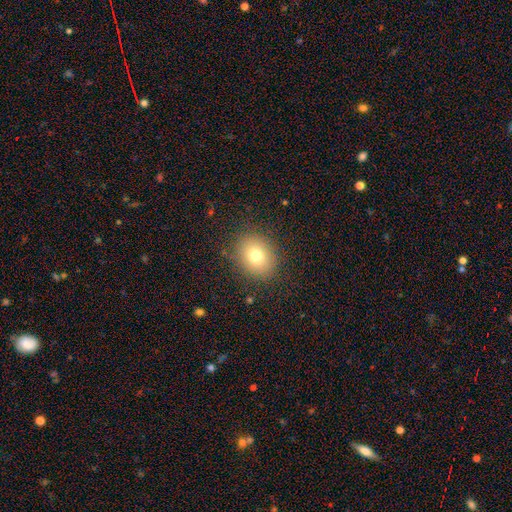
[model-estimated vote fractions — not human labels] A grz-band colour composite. It shows a smooth galaxy with no disk features (77%) that is round (58%). Merging: none (87%).